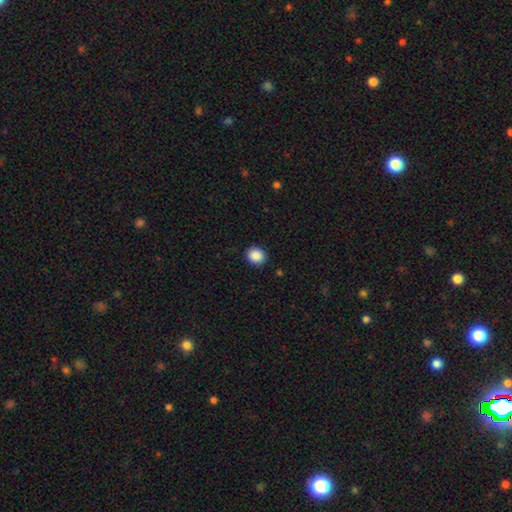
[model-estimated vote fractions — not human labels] A smooth galaxy with no disk features (88%) that is round (80%).

Vote fractions:
- Smooth or featured? smooth: 88% / star or artifact: 9% / featured or disk: 3%
- How rounded? round: 80% / in between: 19% / cigar-shaped: 1%
- Merging? none: 91% / minor disturbance: 6% / major disturbance: 2% / merger: 1%